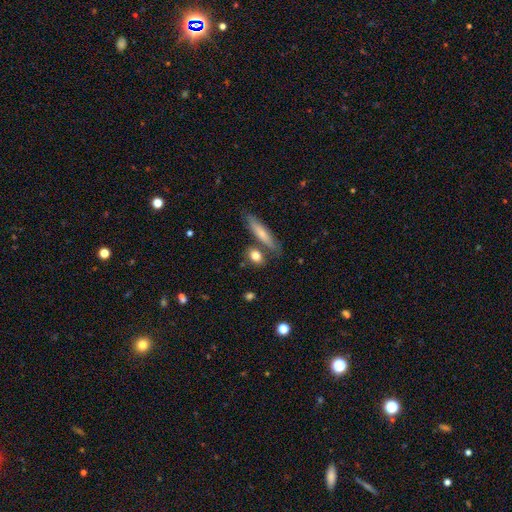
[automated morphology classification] Smooth or featured? Predicted: smooth (p=0.79). How rounded? Predicted: in between (p=0.48). Merging? Predicted: none (p=0.69).